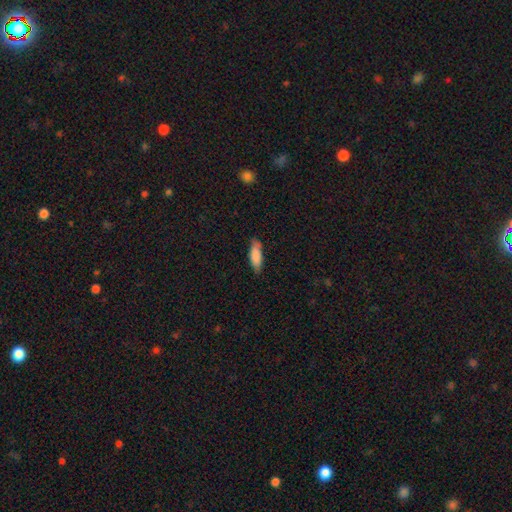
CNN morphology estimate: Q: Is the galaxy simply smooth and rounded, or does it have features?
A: smooth — 85%.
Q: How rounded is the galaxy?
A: in between — 56%.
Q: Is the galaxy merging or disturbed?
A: none — 80%.